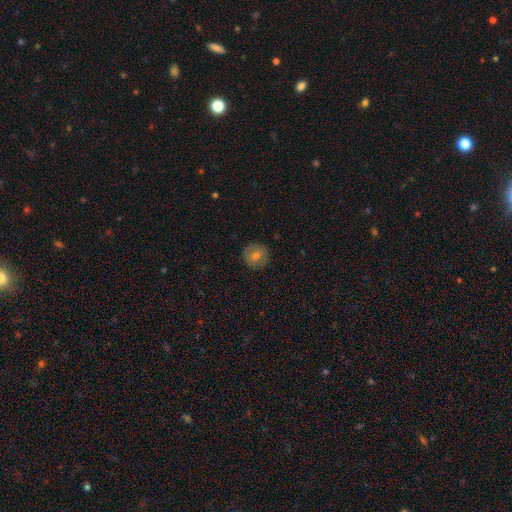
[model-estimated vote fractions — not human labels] Smooth or featured? Predicted: smooth (p=0.66). How rounded? Predicted: round (p=0.94). Merging? Predicted: none (p=0.90).